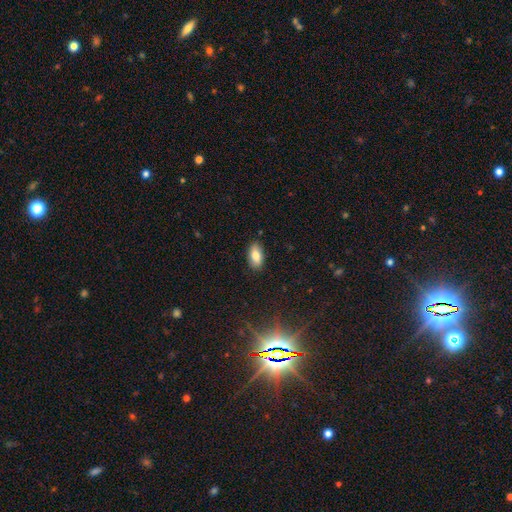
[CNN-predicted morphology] This is likely a smooth galaxy (79%). How rounded: clearly in between (90%). Merging: clearly none (87%).